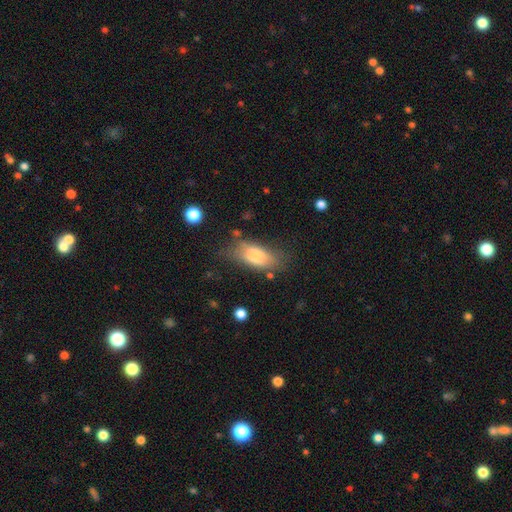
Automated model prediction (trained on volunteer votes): A smooth galaxy with no disk features (74%) that is in between round and cigar-shaped (81%).

Vote fractions:
- Smooth or featured? smooth: 74% / featured or disk: 18% / star or artifact: 8%
- How rounded? in between: 81% / cigar-shaped: 15% / round: 3%
- Merging? none: 53% / minor disturbance: 27% / major disturbance: 14% / merger: 5%